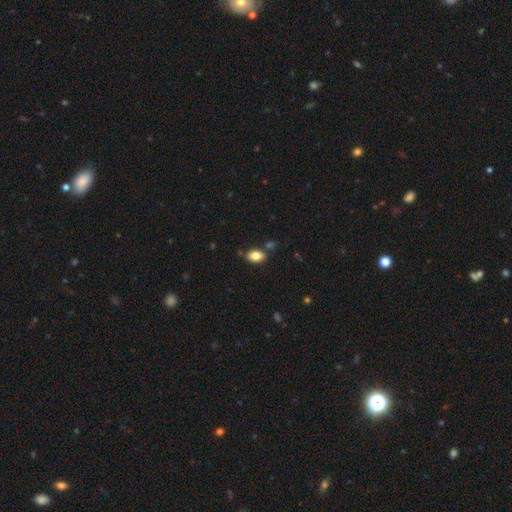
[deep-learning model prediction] smooth 82%, featured or disk 9%, star or artifact 8%. Down the decision tree: how rounded — in between (88%); merging — none (79%).